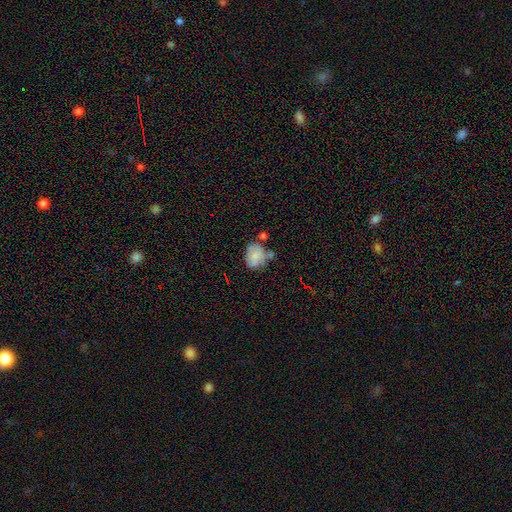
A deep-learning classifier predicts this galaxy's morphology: Q: Smooth or featured?
A: smooth (65%); runner-up: featured or disk (24%)
Q: How rounded?
A: in between (62%); runner-up: round (37%)
Q: Merging?
A: none (37%); runner-up: minor disturbance (28%)